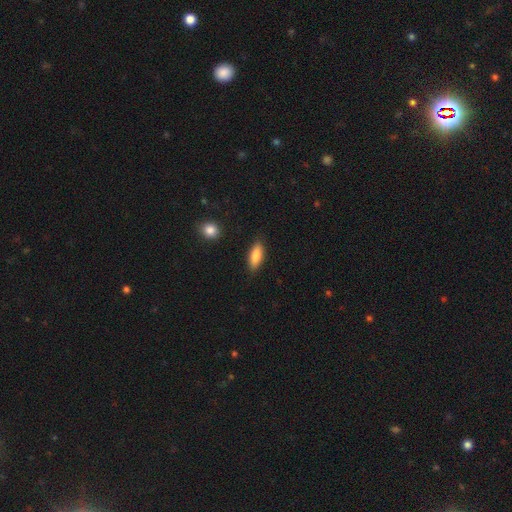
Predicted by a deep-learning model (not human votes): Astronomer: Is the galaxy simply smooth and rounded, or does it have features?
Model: smooth — 85%.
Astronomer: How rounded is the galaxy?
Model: in between — 73%.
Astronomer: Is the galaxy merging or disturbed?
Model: none — 86%.